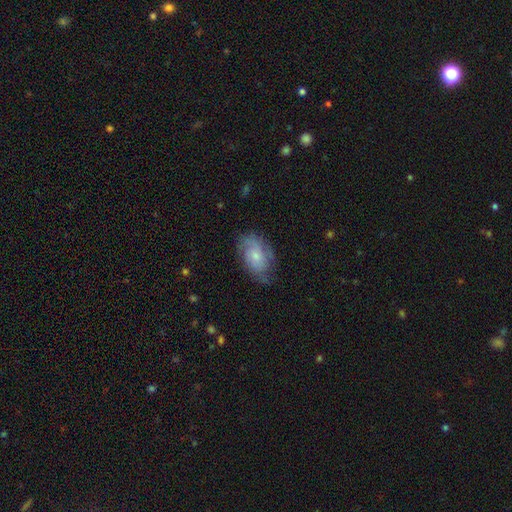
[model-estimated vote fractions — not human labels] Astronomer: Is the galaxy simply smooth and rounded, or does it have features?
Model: featured or disk — 60%.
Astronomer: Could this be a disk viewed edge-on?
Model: no — 96%.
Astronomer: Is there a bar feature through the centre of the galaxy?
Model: no — 73%.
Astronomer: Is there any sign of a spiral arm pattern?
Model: yes — 87%.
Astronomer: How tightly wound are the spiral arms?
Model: tight — 43% (runner-up: medium, 40%).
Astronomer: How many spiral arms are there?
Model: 2 — 44% (runner-up: can't tell, 31%).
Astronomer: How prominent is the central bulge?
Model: small — 58%.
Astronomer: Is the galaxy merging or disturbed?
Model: none — 67%.